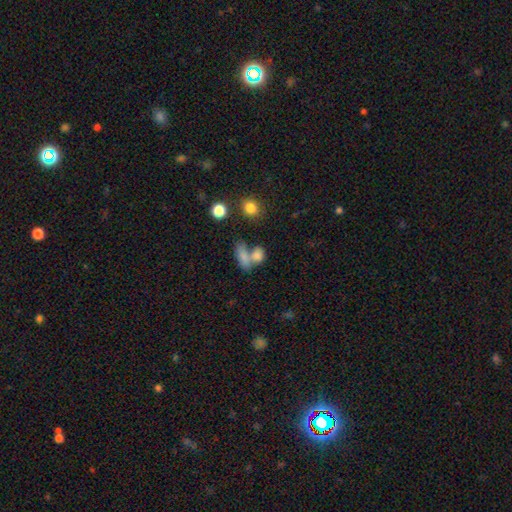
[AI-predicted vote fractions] smooth 77%, featured or disk 12%, star or artifact 11%. Down the decision tree: how rounded — in between (64%); merging — merger (50%).